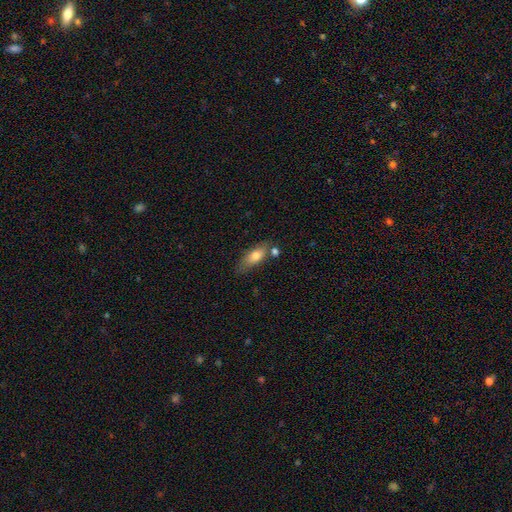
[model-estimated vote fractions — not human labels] Overall: smooth (74%). How rounded: in between (75%). Merging: none (64%).